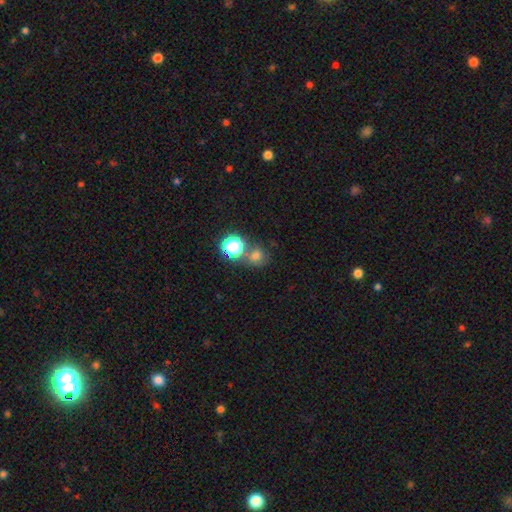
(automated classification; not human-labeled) Smooth or featured: smooth — 67% (star or artifact — 25%)
How rounded: round — 80% (in between — 19%)
Merging: none — 59% (merger — 26%)